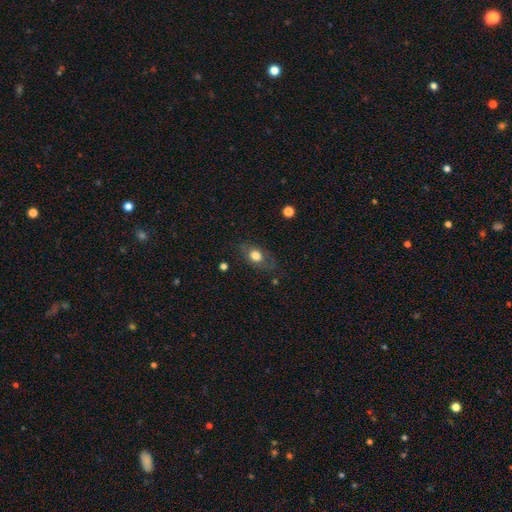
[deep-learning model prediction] Smooth or featured?
  - smooth: 69% *
  - featured or disk: 22%
  - star or artifact: 9%
How rounded?
  - in between: 73% *
  - round: 24%
  - cigar-shaped: 3%
Merging?
  - none: 73% *
  - minor disturbance: 18%
  - major disturbance: 7%
  - merger: 1%